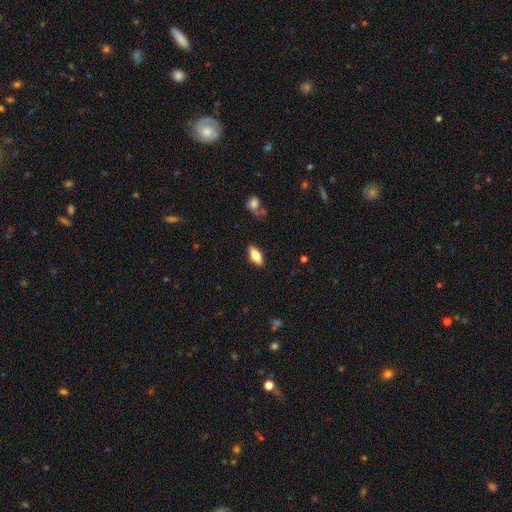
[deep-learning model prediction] Q: Smooth or featured?
A: smooth (70%); runner-up: featured or disk (23%)
Q: How rounded?
A: in between (77%); runner-up: cigar-shaped (20%)
Q: Merging?
A: none (87%); runner-up: minor disturbance (10%)